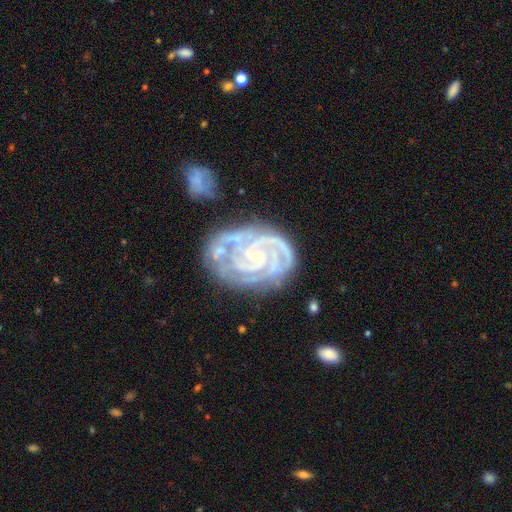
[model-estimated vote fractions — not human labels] smooth_or_featured: featured or disk (p=0.92) [alt: star or artifact p=0.05]
disk_edge_on: no (p=0.98) [alt: yes p=0.02]
bar: no (p=0.67) [alt: weak p=0.23]
has_spiral_arms: yes (p=0.99) [alt: no p=0.01]
spiral_winding: tight (p=0.78) [alt: medium p=0.20]
spiral_arm_count: 3 (p=0.37) [alt: 2 p=0.27]
bulge_size: small (p=0.83) [alt: moderate p=0.14]
merging: none (p=0.55) [alt: minor disturbance p=0.23]